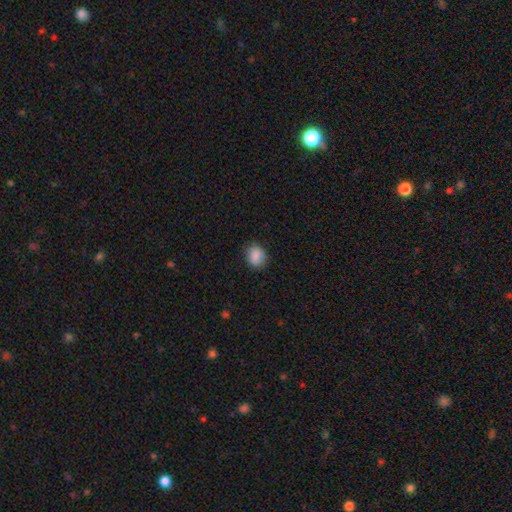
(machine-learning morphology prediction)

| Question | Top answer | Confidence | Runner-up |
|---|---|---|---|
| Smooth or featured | smooth | 86% | star or artifact (8%) |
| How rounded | round | 56% | in between (43%) |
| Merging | none | 84% | minor disturbance (12%) |